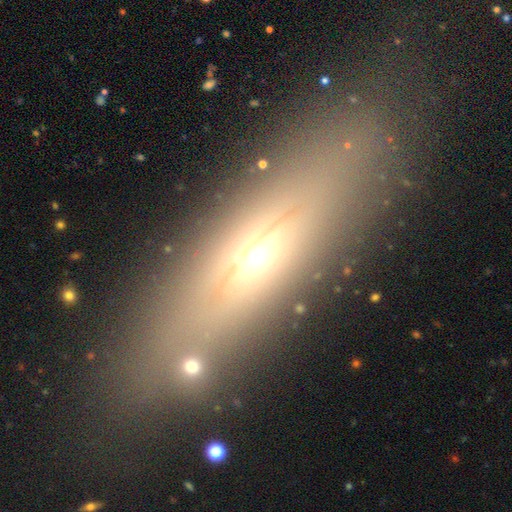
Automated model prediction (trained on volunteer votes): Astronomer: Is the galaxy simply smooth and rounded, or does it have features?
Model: featured or disk — 54% (runner-up: smooth, 33%).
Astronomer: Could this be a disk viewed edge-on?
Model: yes — 67%.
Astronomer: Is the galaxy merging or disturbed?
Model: none — 74%.